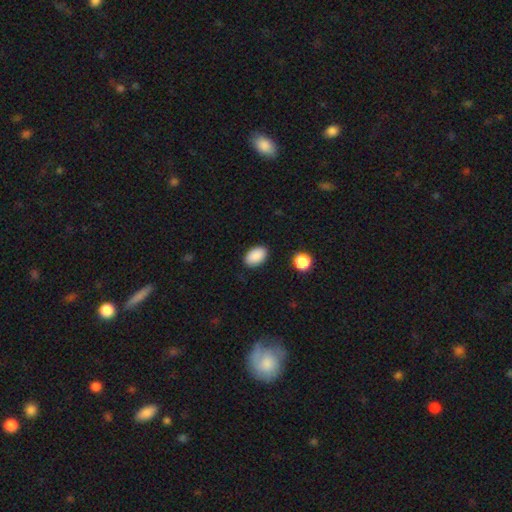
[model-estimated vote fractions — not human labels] The model was most divided on "merging": none: 87%, minor disturbance: 9%, major disturbance: 2%, merger: 2%. More confident: how rounded — in between (89%); smooth or featured — smooth (89%).